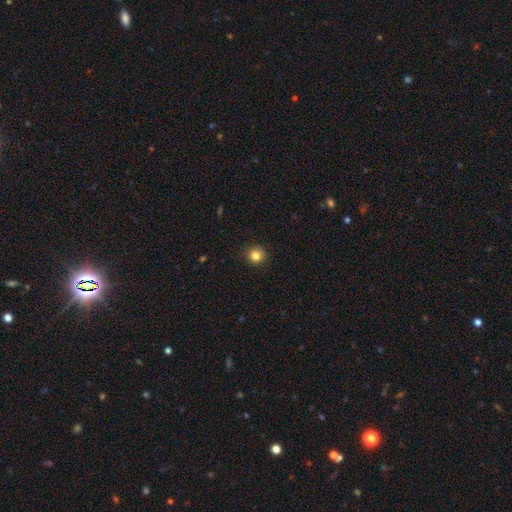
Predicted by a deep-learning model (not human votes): This is clearly a smooth galaxy (82%). How rounded: clearly round (91%). Merging: clearly none (91%).